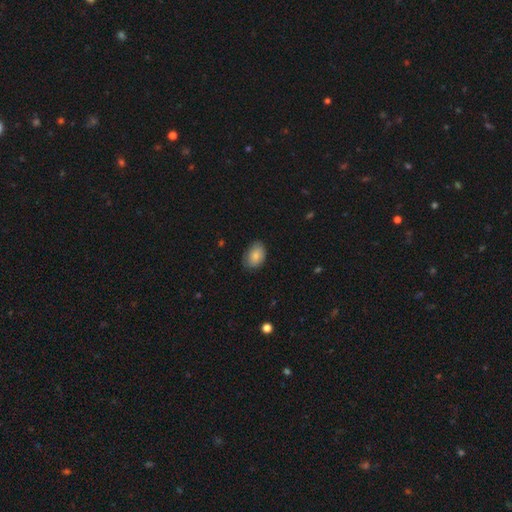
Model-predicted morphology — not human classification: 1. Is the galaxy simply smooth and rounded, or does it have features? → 84% smooth, 9% featured or disk, 7% star or artifact.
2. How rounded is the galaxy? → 81% in between, 18% round, 1% cigar-shaped.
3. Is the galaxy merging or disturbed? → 78% none, 18% minor disturbance, 3% major disturbance, 1% merger.